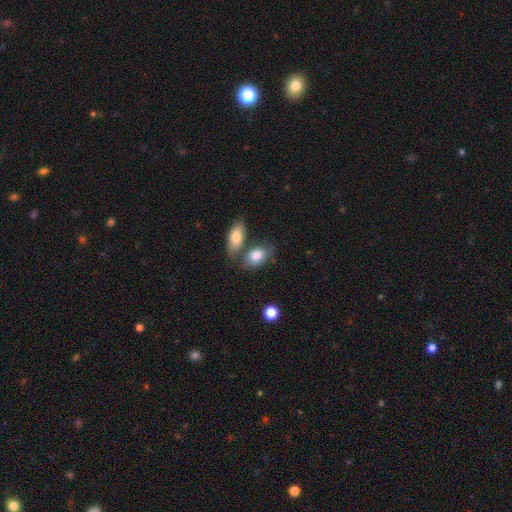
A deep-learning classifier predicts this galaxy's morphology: Q: Smooth or featured?
A: smooth (80%); runner-up: featured or disk (14%)
Q: How rounded?
A: in between (88%); runner-up: round (9%)
Q: Merging?
A: none (53%); runner-up: merger (29%)